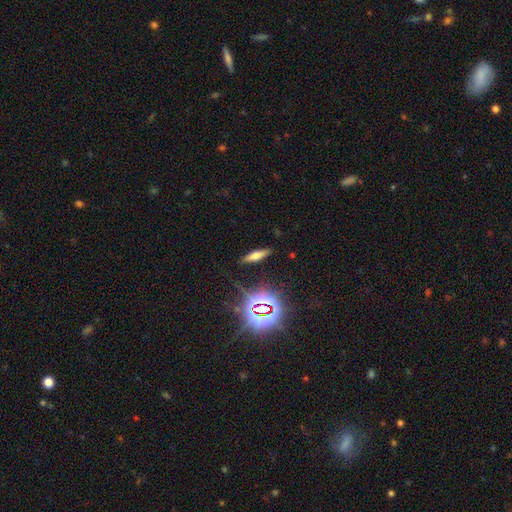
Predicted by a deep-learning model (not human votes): A smooth galaxy with no disk features (50%) that is cigar-shaped (67%). Merging: none (86%).